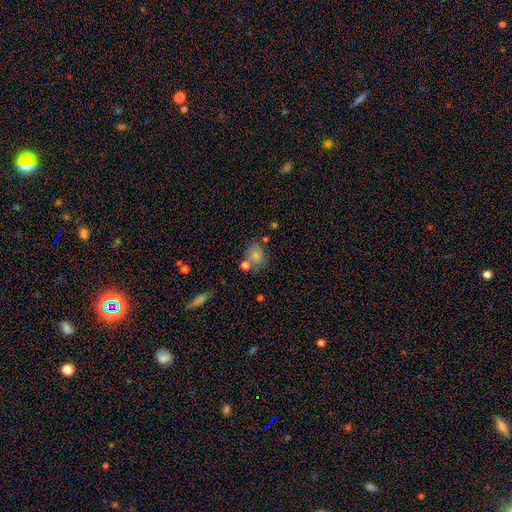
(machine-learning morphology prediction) Smooth or featured: smooth — 77% (featured or disk — 13%)
How rounded: round — 52% (in between — 46%)
Merging: none — 52% (merger — 21%)